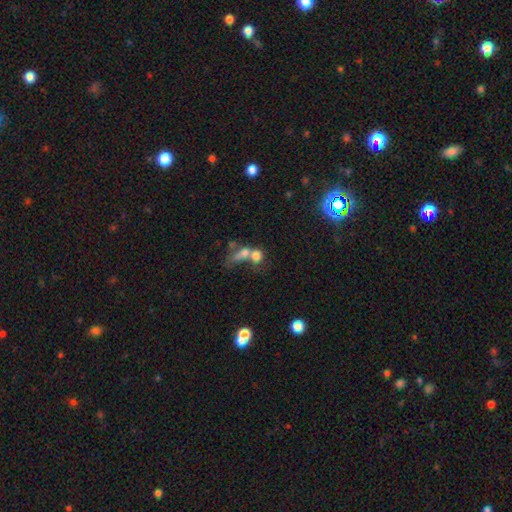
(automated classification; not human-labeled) smooth-or-featured: smooth: 68% | featured or disk: 20% | star or artifact: 13%
  how-rounded: round: 53% | in between: 41% | cigar-shaped: 6%
  merging: merger: 61% | none: 19% | major disturbance: 12% | minor disturbance: 8%